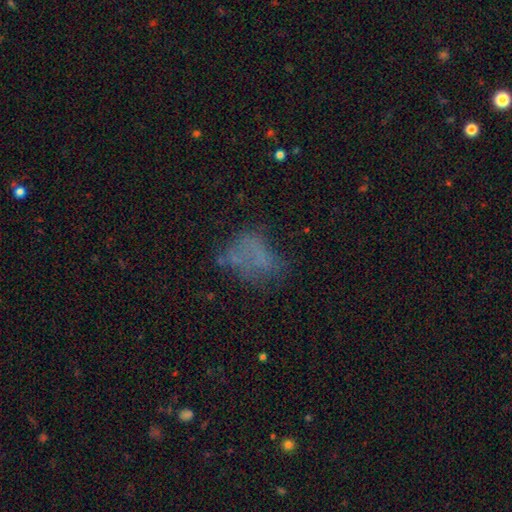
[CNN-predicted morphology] smooth_or_featured: smooth (p=0.44) [alt: featured or disk p=0.33]
merging: none (p=0.42) [alt: major disturbance p=0.28]